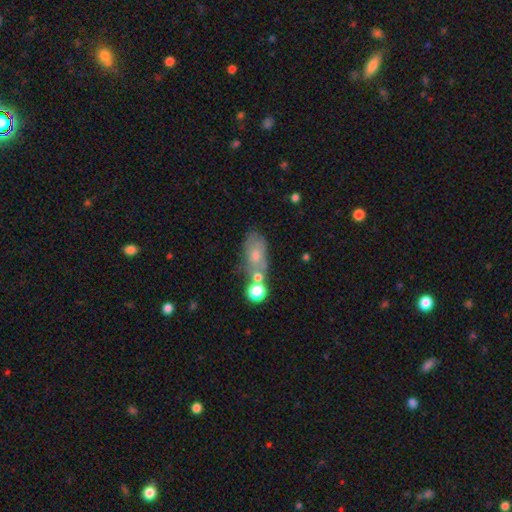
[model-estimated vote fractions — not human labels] smooth 57%, featured or disk 30%, star or artifact 13%. Down the decision tree: how rounded — in between (77%); merging — none (49%).